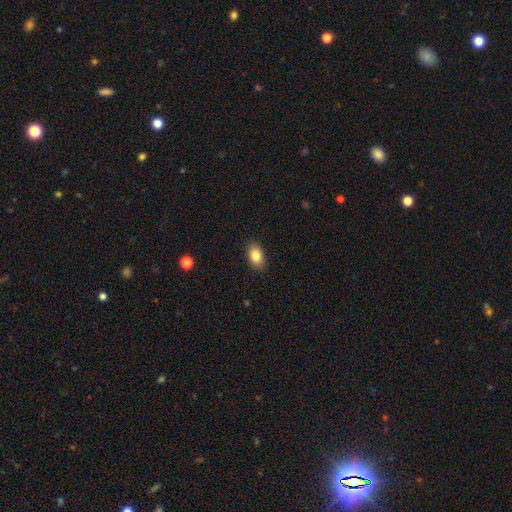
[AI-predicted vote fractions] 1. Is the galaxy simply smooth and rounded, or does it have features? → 85% smooth, 8% star or artifact, 7% featured or disk.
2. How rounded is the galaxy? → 87% in between, 12% round, 2% cigar-shaped.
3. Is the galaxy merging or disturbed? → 88% none, 9% minor disturbance, 2% major disturbance, 1% merger.